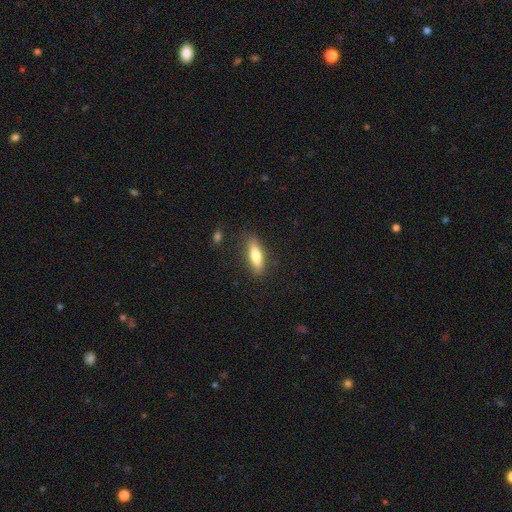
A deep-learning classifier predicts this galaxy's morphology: Q: Smooth or featured?
A: smooth (73%); runner-up: featured or disk (21%)
Q: How rounded?
A: cigar-shaped (54%); runner-up: in between (44%)
Q: Merging?
A: none (84%); runner-up: minor disturbance (11%)